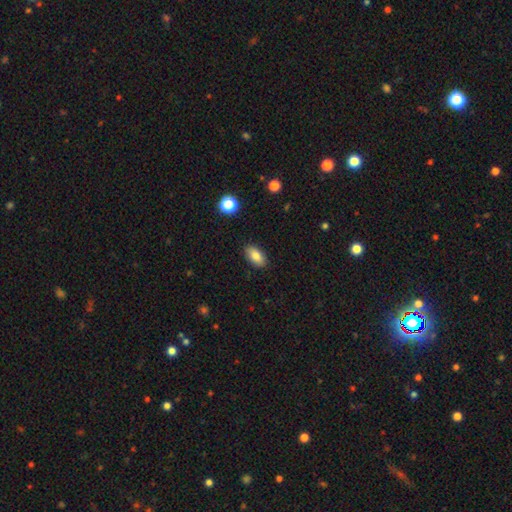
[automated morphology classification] Q: Smooth or featured?
A: smooth (83%); runner-up: featured or disk (9%)
Q: How rounded?
A: in between (91%); runner-up: round (5%)
Q: Merging?
A: none (88%); runner-up: minor disturbance (9%)